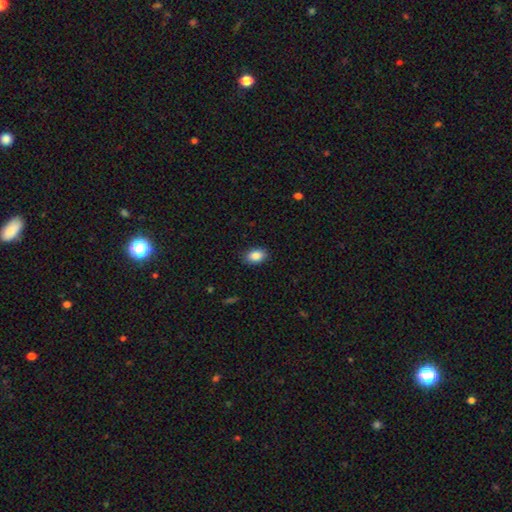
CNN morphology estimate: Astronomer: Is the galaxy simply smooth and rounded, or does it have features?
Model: smooth — 87%.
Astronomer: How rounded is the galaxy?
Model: in between — 86%.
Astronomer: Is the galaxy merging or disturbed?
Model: none — 87%.